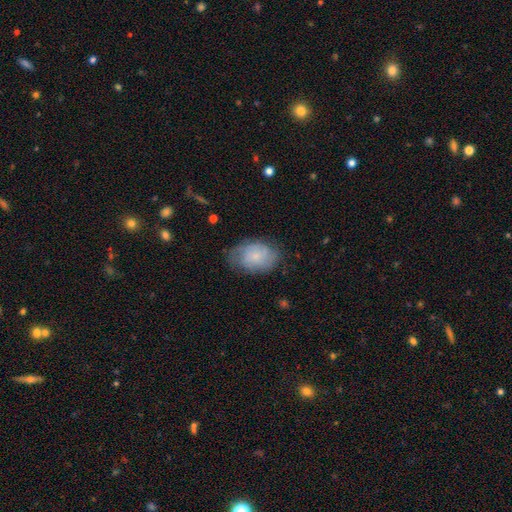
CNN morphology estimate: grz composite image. It shows a smooth galaxy with no disk features (54%) that is in between round and cigar-shaped (83%). Merging: none (65%).